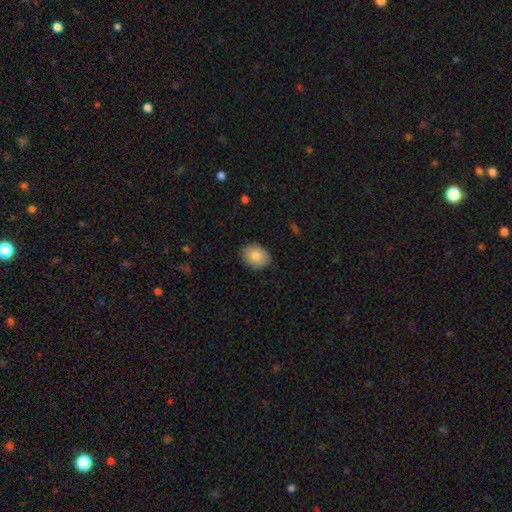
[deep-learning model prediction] smooth 83%, featured or disk 10%, star or artifact 7%. Down the decision tree: how rounded — in between (58%); merging — none (87%).